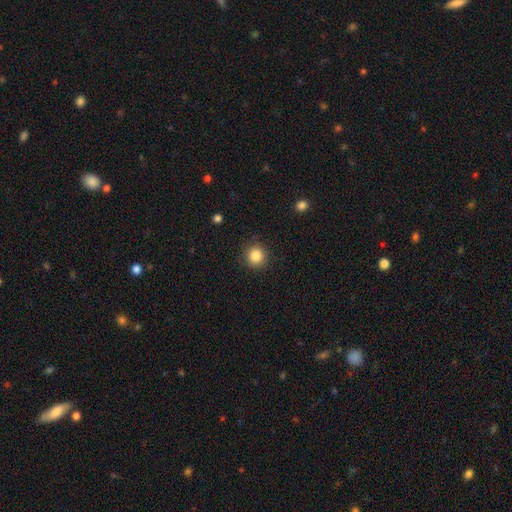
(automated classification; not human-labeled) This is clearly a smooth galaxy (85%). How rounded: clearly round (93%). Merging: clearly none (90%).